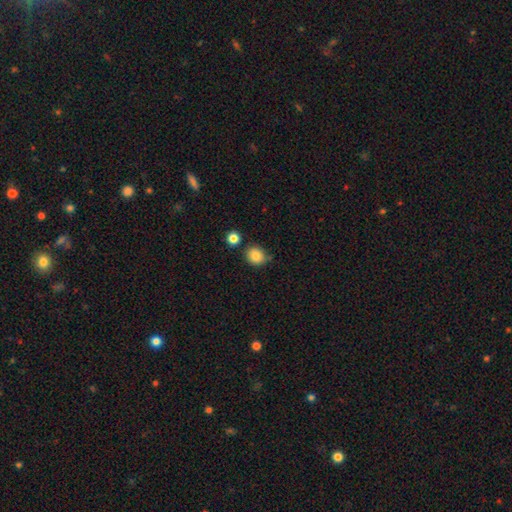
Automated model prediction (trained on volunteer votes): Morphology: type=smooth (85%); roundness=round (76%); merging=none (75%).